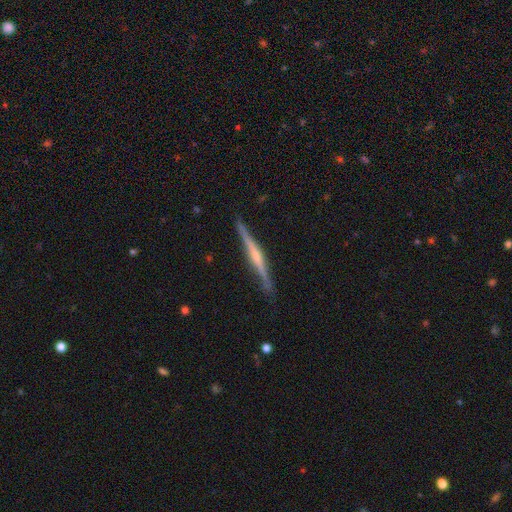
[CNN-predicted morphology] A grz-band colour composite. It shows a featured or disk galaxy (78%) viewed edge-on (98%) with a rounded central bulge (65%). Merging: none (88%).